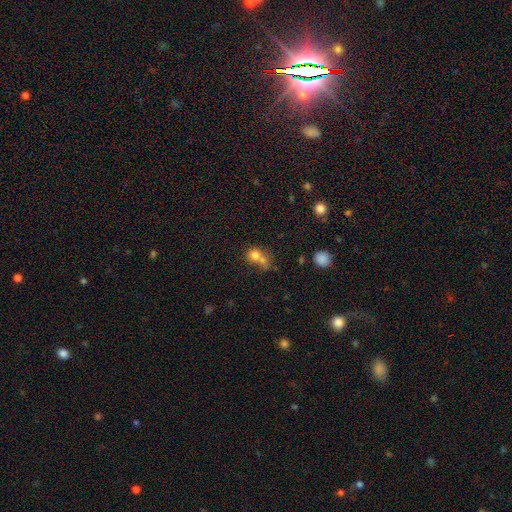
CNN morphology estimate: This is likely a smooth galaxy (74%). How rounded: likely round (74%). Merging: possibly merger (57%).